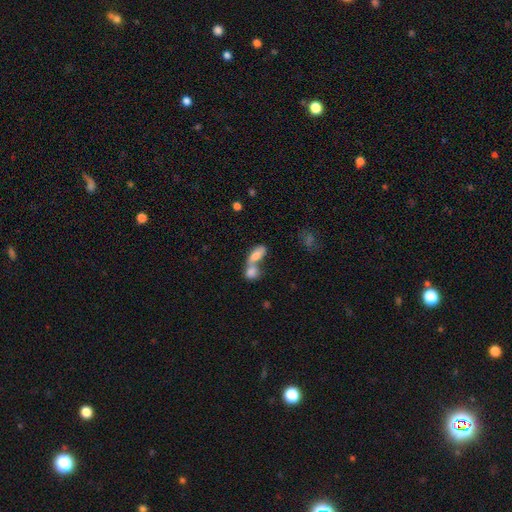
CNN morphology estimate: Smooth or featured: smooth — 75% (featured or disk — 16%)
How rounded: in between — 78% (cigar-shaped — 13%)
Merging: merger — 73% (none — 17%)